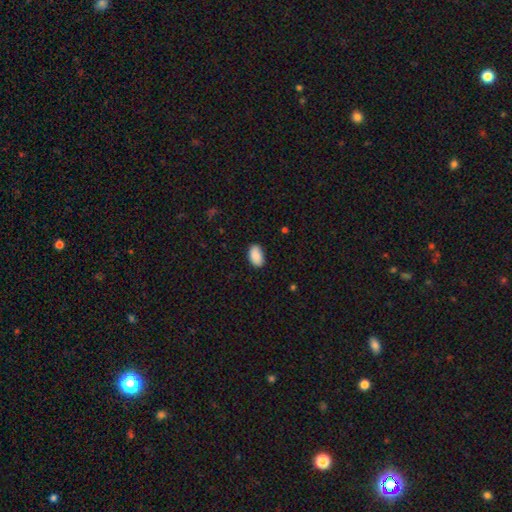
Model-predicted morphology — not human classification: smooth 90%, star or artifact 7%, featured or disk 3%. Down the decision tree: how rounded — in between (93%); merging — none (85%).